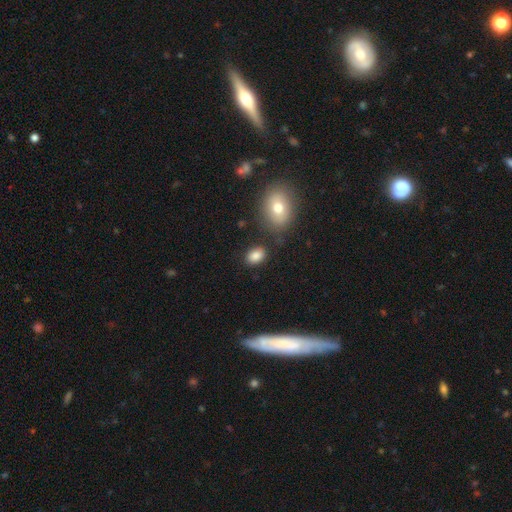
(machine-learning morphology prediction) smooth_or_featured: smooth (p=0.86) [alt: star or artifact p=0.09]
how_rounded: in between (p=0.80) [alt: round p=0.18]
merging: none (p=0.81) [alt: minor disturbance p=0.11]